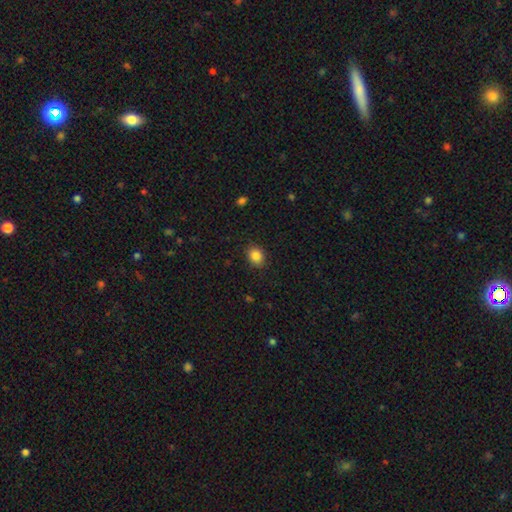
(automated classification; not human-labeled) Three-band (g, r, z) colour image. It shows a smooth galaxy with no disk features (86%) that is round (52%). Merging: none (88%).